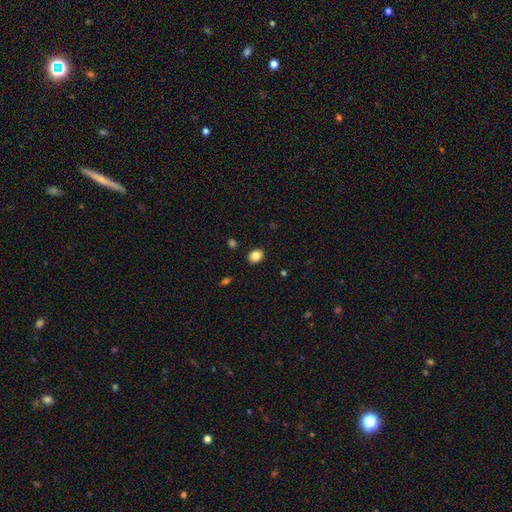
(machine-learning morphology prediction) Smooth or featured: smooth — 85% (star or artifact — 10%)
How rounded: in between — 57% (round — 42%)
Merging: none — 89% (minor disturbance — 7%)